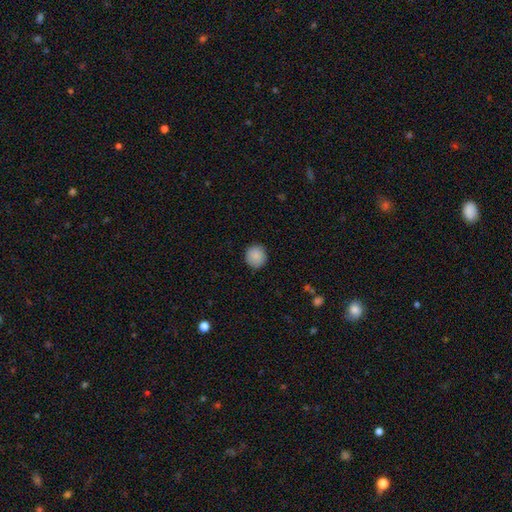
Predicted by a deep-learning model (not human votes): The model was most divided on "smooth or featured": smooth: 89%, star or artifact: 8%, featured or disk: 4%. More confident: how rounded — round (93%); merging — none (90%).